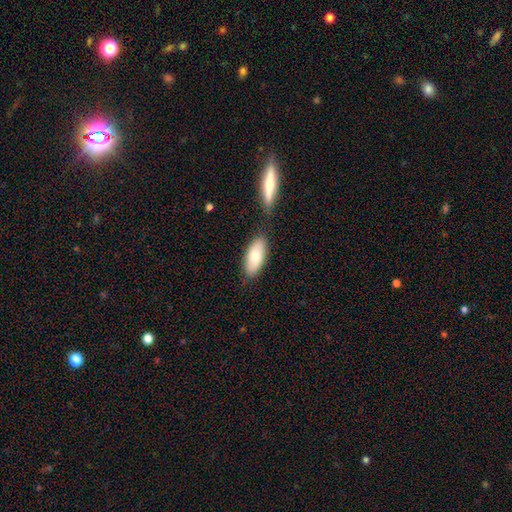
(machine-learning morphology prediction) This is likely a smooth galaxy (75%). How rounded: clearly in between (86%). Merging: likely none (74%).